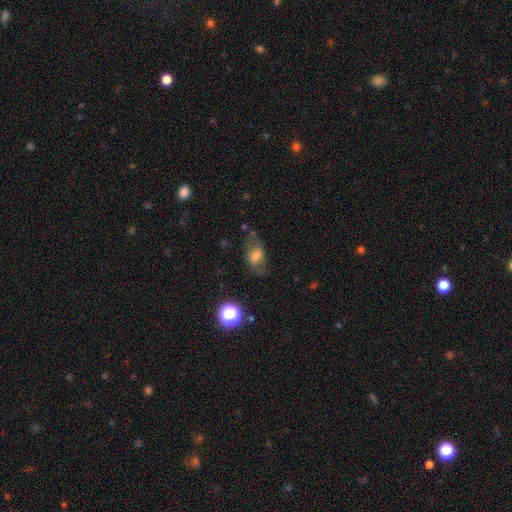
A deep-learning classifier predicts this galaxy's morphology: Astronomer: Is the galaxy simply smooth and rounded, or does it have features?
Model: smooth — 61%.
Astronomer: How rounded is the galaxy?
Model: in between — 77%.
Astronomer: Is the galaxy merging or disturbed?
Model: none — 57%.